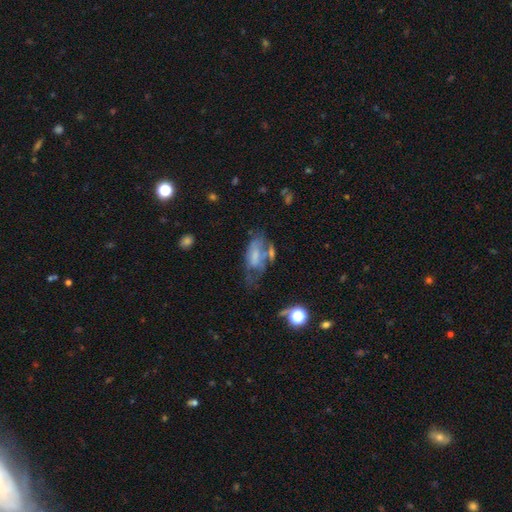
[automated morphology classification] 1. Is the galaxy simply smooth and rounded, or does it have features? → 47% featured or disk, 42% smooth, 11% star or artifact.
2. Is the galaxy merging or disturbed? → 32% major disturbance, 26% none, 23% minor disturbance, 19% merger.